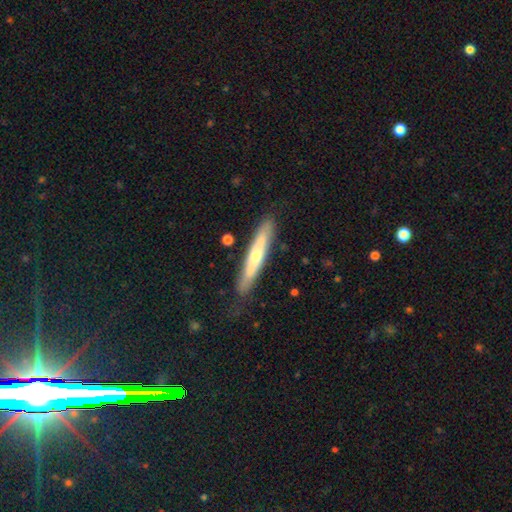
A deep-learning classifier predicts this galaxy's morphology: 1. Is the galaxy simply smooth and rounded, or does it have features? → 51% smooth, 43% featured or disk, 6% star or artifact.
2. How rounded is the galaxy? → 92% cigar-shaped, 7% in between, 1% round.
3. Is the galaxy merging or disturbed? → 83% none, 13% minor disturbance, 3% major disturbance, 2% merger.